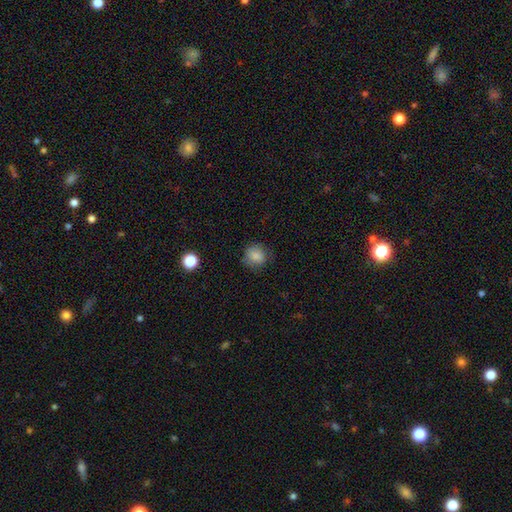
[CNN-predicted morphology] Smooth or featured: smooth — 84% (star or artifact — 10%)
How rounded: round — 82% (in between — 17%)
Merging: none — 77% (minor disturbance — 17%)